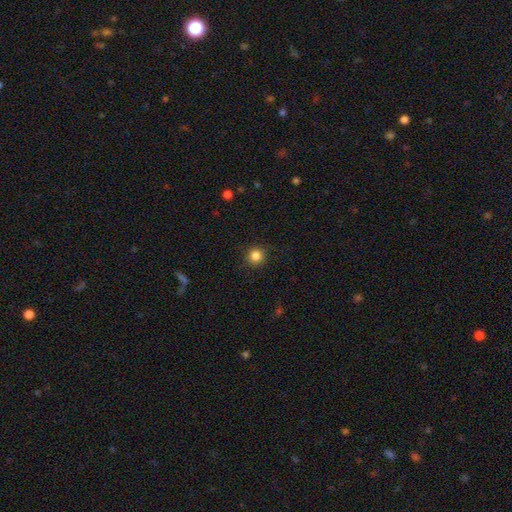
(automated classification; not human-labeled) This is clearly a smooth galaxy (84%). How rounded: clearly round (94%). Merging: clearly none (88%).